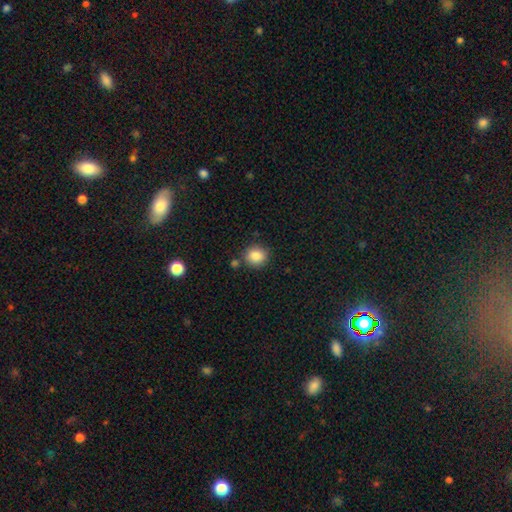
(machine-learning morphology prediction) Overall: smooth (85%). How rounded: round (83%). Merging: none (81%).